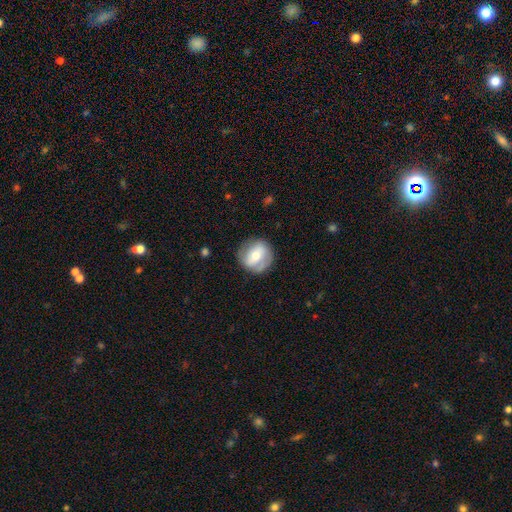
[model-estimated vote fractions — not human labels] Smooth or featured? Predicted: featured or disk (p=0.50). Edge-on disk? Predicted: no (p=0.94). Merging? Predicted: none (p=0.79).